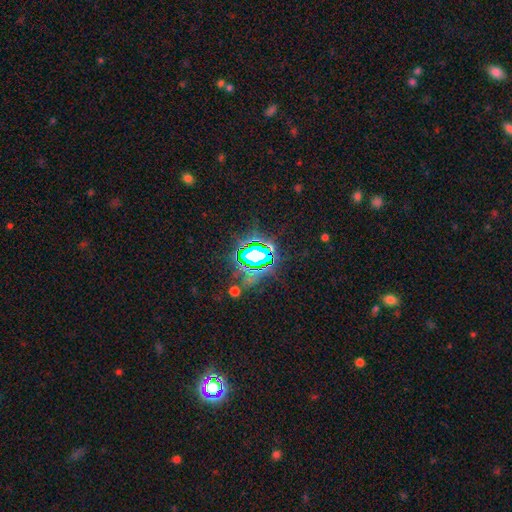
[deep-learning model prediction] Smooth or featured? star or artifact (77%)